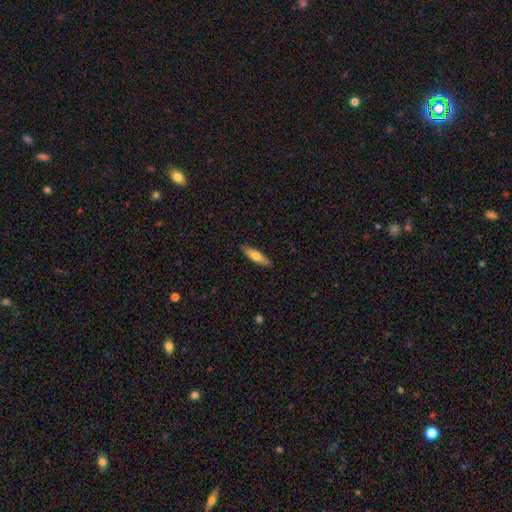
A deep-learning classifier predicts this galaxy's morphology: Overall: smooth (67%; featured or disk 27%). How rounded: cigar-shaped (68%; in between 30%). Merging: none (88%).